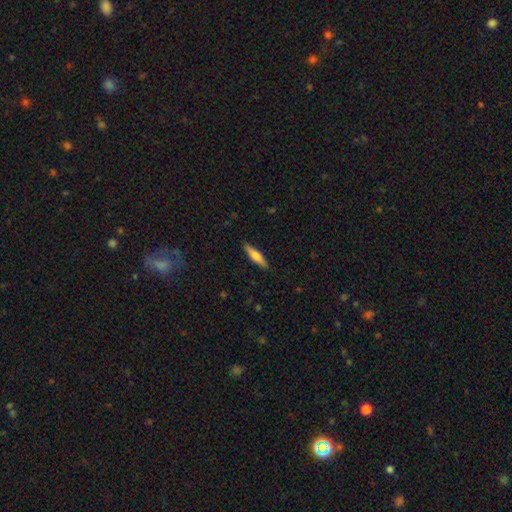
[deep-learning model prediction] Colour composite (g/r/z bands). It shows a smooth galaxy with no disk features (53%) that is cigar-shaped (74%). Merging: none (89%).